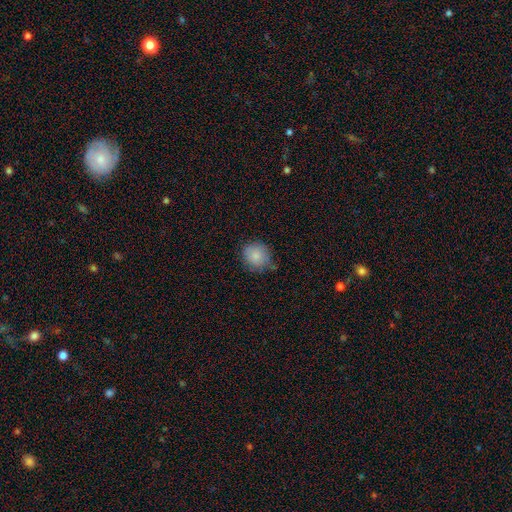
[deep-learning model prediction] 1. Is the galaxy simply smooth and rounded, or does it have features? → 84% smooth, 8% star or artifact, 8% featured or disk.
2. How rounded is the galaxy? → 86% round, 13% in between, 1% cigar-shaped.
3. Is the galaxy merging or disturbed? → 66% none, 26% minor disturbance, 5% major disturbance, 3% merger.